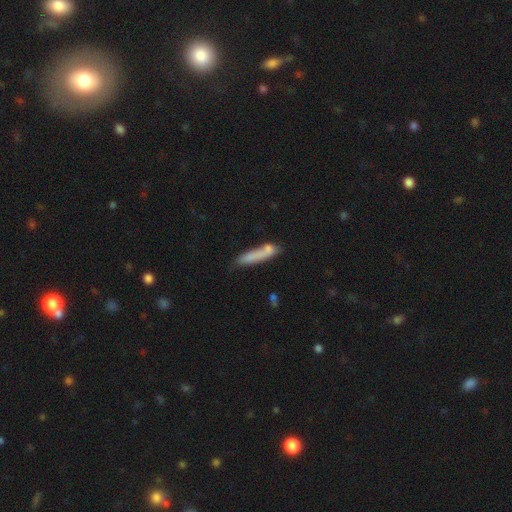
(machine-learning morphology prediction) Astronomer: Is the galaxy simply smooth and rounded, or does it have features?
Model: smooth — 75%.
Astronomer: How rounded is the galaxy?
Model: cigar-shaped — 83%.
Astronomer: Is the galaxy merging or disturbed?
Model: none — 54%.